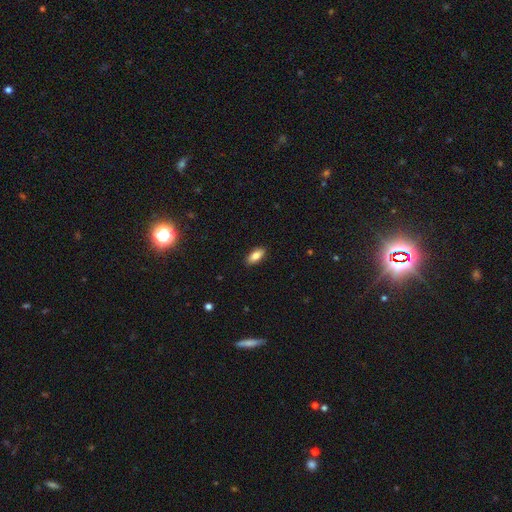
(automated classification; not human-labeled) This is clearly a smooth galaxy (83%). How rounded: clearly in between (87%). Merging: clearly none (89%).